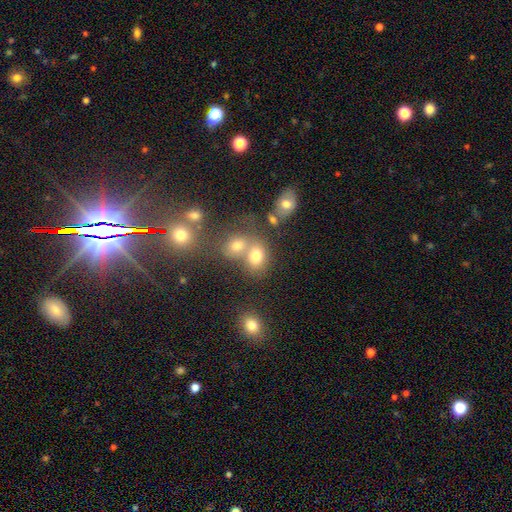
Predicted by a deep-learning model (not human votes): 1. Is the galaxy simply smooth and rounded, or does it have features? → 73% smooth, 15% star or artifact, 12% featured or disk.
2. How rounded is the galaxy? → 58% in between, 40% round, 1% cigar-shaped.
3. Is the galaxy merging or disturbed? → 44% none, 40% merger, 10% minor disturbance, 5% major disturbance.